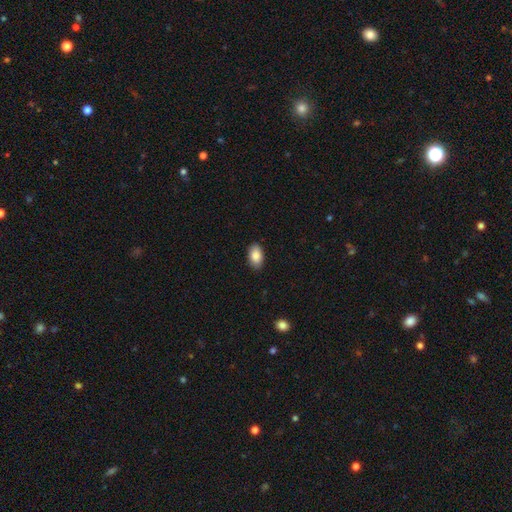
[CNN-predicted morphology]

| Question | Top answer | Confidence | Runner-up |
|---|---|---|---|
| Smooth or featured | smooth | 87% | star or artifact (7%) |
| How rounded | in between | 93% | round (5%) |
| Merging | none | 89% | minor disturbance (8%) |